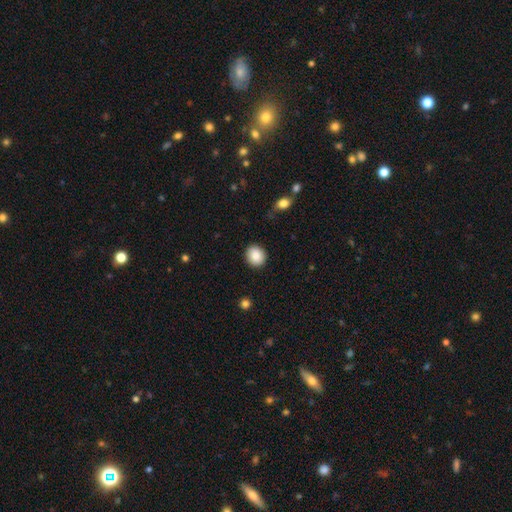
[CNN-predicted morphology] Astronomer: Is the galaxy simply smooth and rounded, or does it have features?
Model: smooth — 87%.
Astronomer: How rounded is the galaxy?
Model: round — 82%.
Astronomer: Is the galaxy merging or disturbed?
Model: none — 90%.